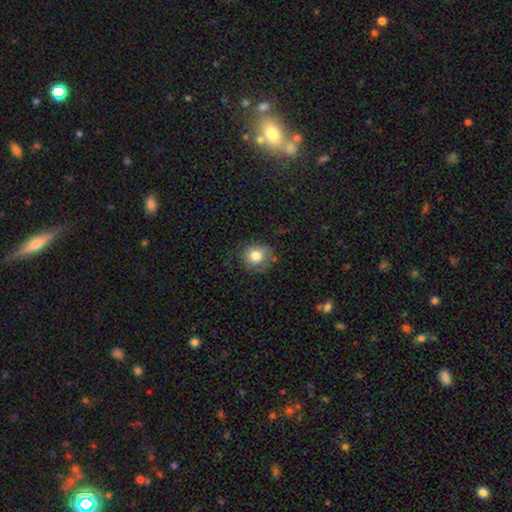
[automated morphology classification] smooth_or_featured: smooth (p=0.79) [alt: featured or disk p=0.11]
how_rounded: round (p=0.85) [alt: in between p=0.14]
merging: none (p=0.72) [alt: minor disturbance p=0.19]